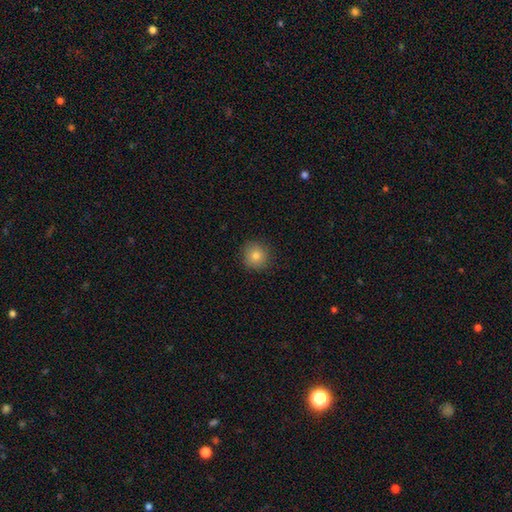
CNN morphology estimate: smooth 80%, star or artifact 12%, featured or disk 8%. Down the decision tree: how rounded — round (93%); merging — none (89%).